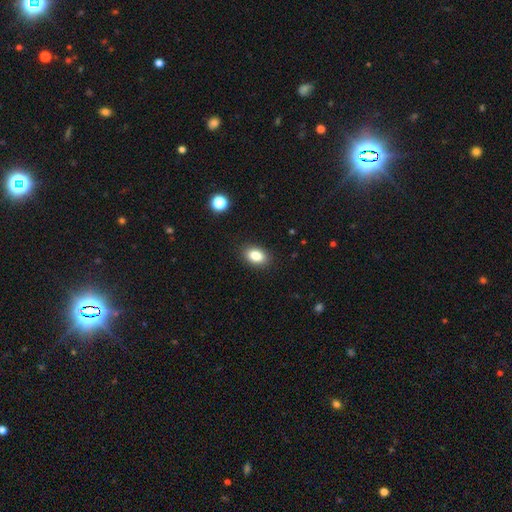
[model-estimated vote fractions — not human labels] A smooth galaxy with no disk features (85%) that is in between round and cigar-shaped (86%).

Vote fractions:
- Smooth or featured? smooth: 85% / star or artifact: 9% / featured or disk: 6%
- How rounded? in between: 86% / round: 13% / cigar-shaped: 1%
- Merging? none: 88% / minor disturbance: 8% / major disturbance: 2% / merger: 1%